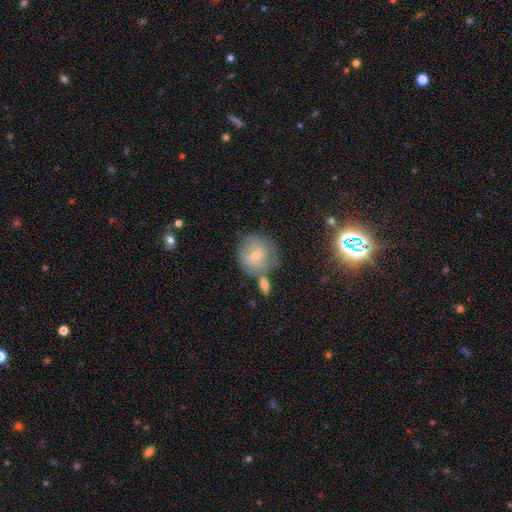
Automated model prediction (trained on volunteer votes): A featured or disk galaxy (47%). Merging: none (59%).